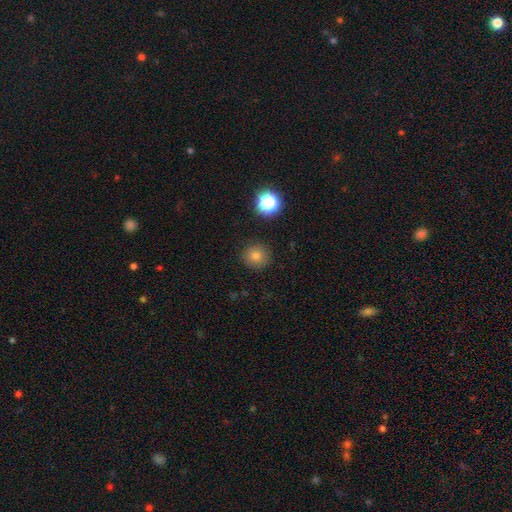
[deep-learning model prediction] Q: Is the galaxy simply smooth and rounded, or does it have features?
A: smooth — 76%.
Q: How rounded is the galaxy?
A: round — 90%.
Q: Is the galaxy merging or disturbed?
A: none — 89%.